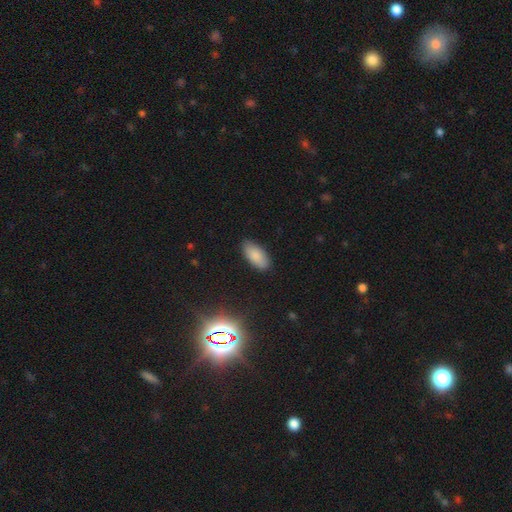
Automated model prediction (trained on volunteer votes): Smooth or featured? smooth (85%)
How rounded? in between (90%)
Merging? none (85%)